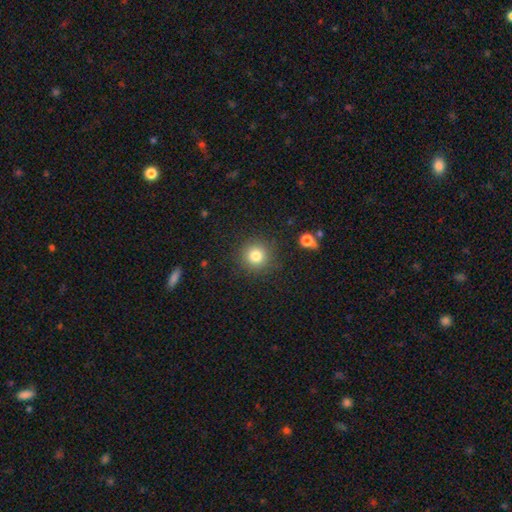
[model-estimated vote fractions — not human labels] Smooth or featured: smooth — 81% (star or artifact — 12%)
How rounded: round — 93% (in between — 6%)
Merging: none — 88% (minor disturbance — 7%)